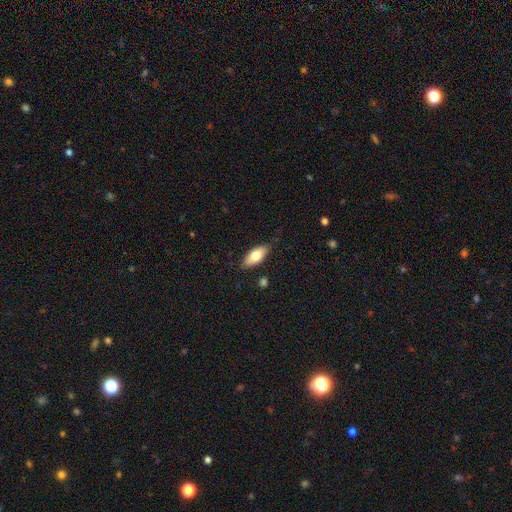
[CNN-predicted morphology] The model was most divided on "smooth or featured": smooth: 74%, featured or disk: 20%, star or artifact: 6%. More confident: how rounded — in between (83%); merging — none (83%).